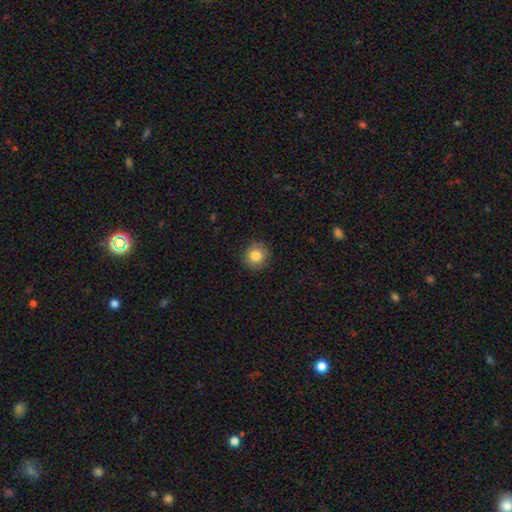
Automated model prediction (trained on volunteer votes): Morphology: type=smooth (82%); roundness=round (91%); merging=none (89%).